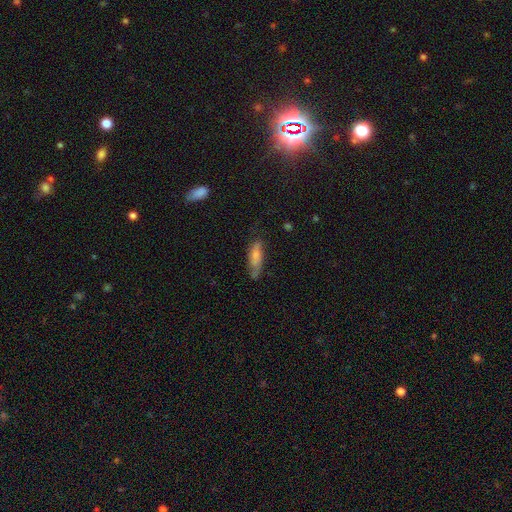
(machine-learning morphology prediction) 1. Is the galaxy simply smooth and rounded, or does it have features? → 69% smooth, 24% featured or disk, 7% star or artifact.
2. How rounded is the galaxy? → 50% cigar-shaped, 48% in between, 2% round.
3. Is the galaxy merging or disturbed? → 55% none, 30% minor disturbance, 11% major disturbance, 4% merger.